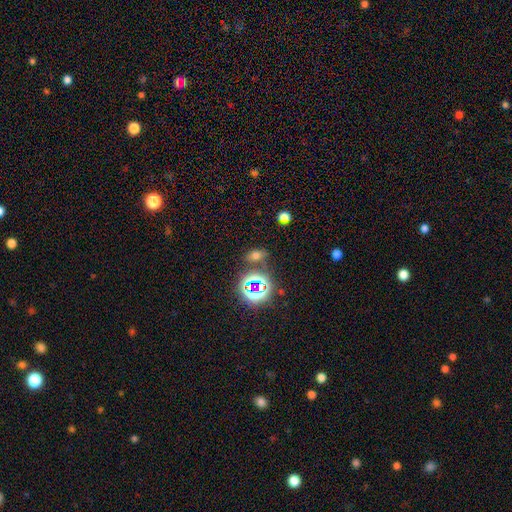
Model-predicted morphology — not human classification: Smooth or featured? Predicted: smooth (p=0.51). How rounded? Predicted: in between (p=0.75). Merging? Predicted: none (p=0.70).